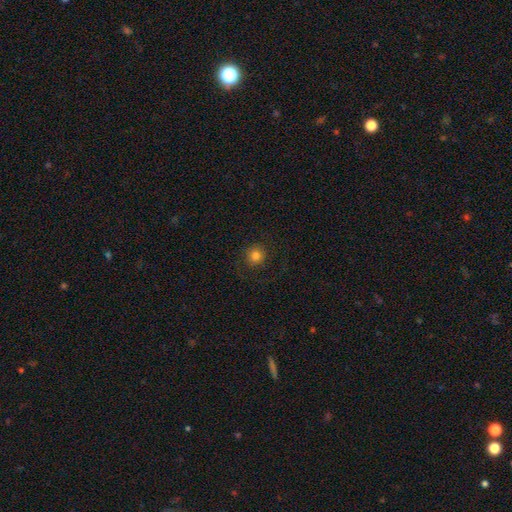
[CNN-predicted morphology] Smooth or featured? Predicted: smooth (p=0.80). How rounded? Predicted: round (p=0.89). Merging? Predicted: none (p=0.82).